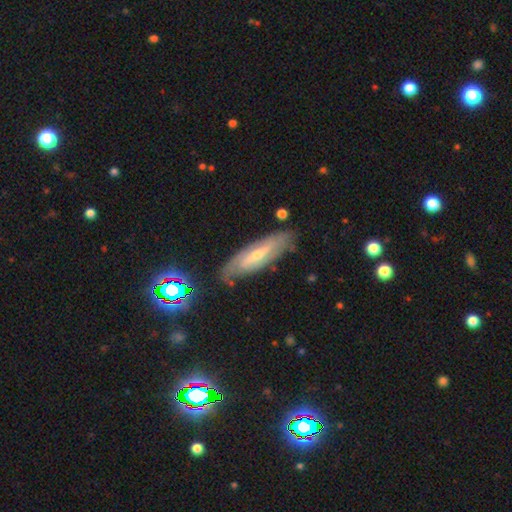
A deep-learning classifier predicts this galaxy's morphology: featured or disk 71%, smooth 22%, star or artifact 8%. Down the decision tree: edge-on disk — no (72%); bar — weak (41%); spiral arms — yes (81%); bulge size — small (61%); merging — none (77%).